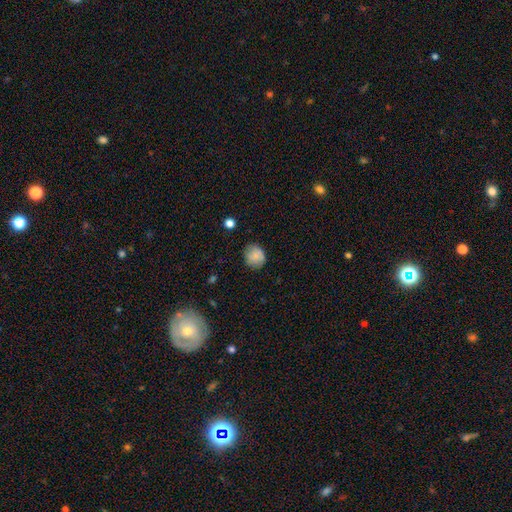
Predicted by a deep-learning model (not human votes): smooth 80%, featured or disk 11%, star or artifact 9%. Down the decision tree: how rounded — round (82%); merging — none (79%).